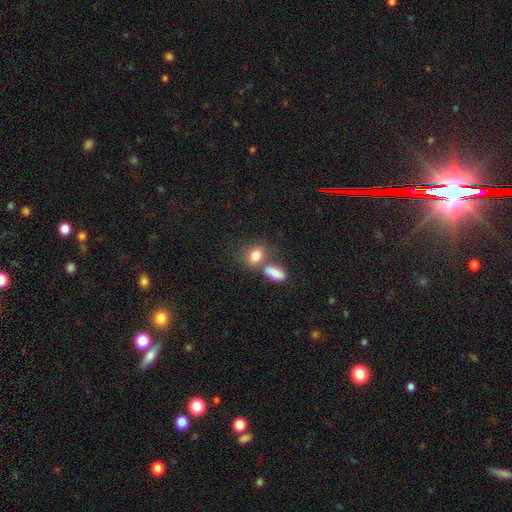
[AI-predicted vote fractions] Morphology: type=smooth (81%); roundness=in between (70%); merging=none (44%).